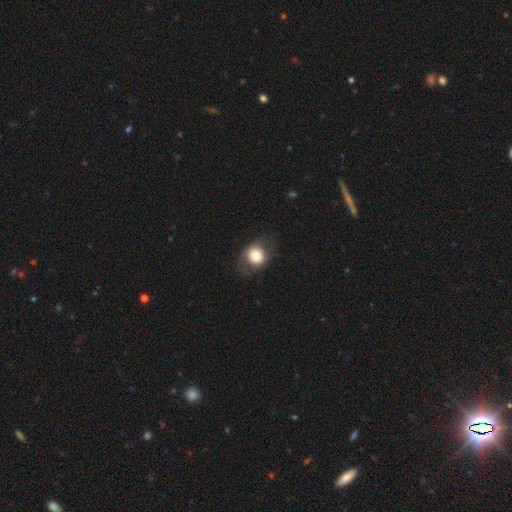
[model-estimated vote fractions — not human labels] This appears to be a smooth galaxy with no disk features (73%) that is round (72%). Merging: none (74%).